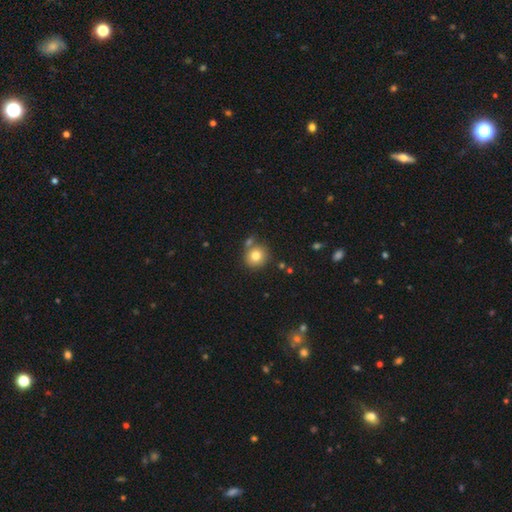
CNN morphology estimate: This is likely a smooth galaxy (78%). How rounded: clearly round (90%). Merging: likely none (73%).